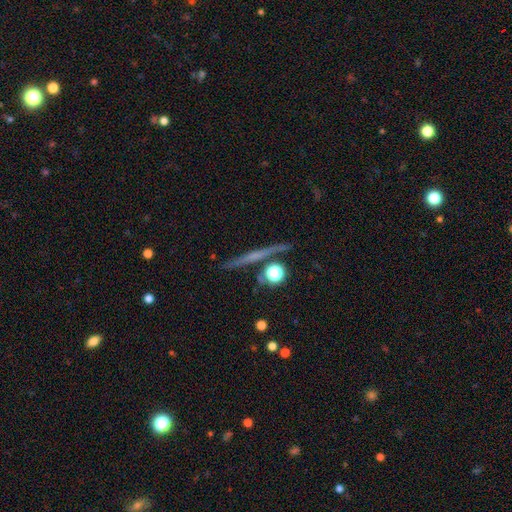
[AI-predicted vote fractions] A featured or disk galaxy (57%) viewed edge-on (96%) with no central bulge (71%).

Vote fractions:
- Smooth or featured? featured or disk: 57% / smooth: 30% / star or artifact: 12%
- Edge-on disk? yes: 96% / no: 4%
- Edge-on bulge? none: 71% / rounded: 21% / boxy: 8%
- Merging? none: 86% / minor disturbance: 7% / merger: 4% / major disturbance: 3%